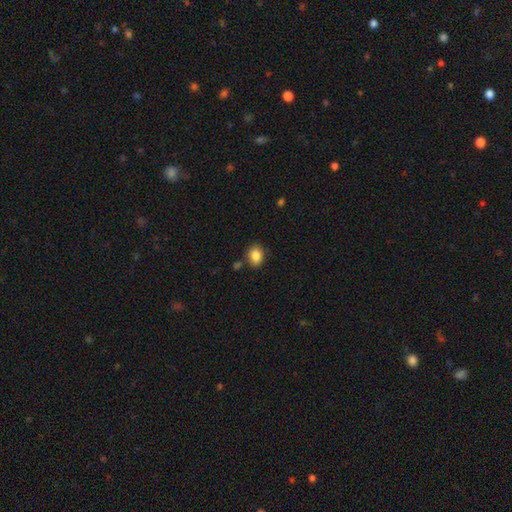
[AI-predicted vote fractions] Morphology: type=smooth (85%); roundness=in between (57%); merging=none (79%).